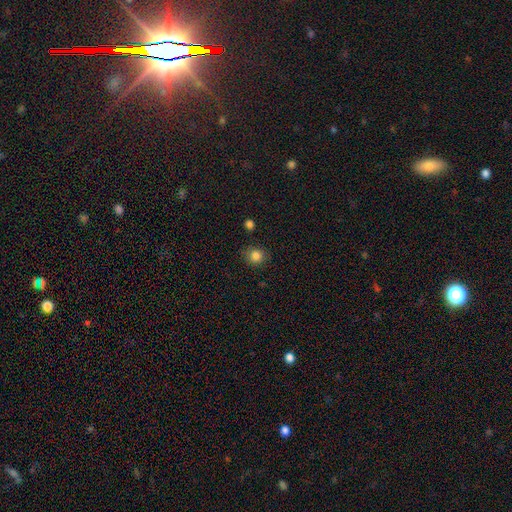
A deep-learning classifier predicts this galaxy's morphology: A smooth galaxy with no disk features (84%) that is round (87%). Merging: none (84%).